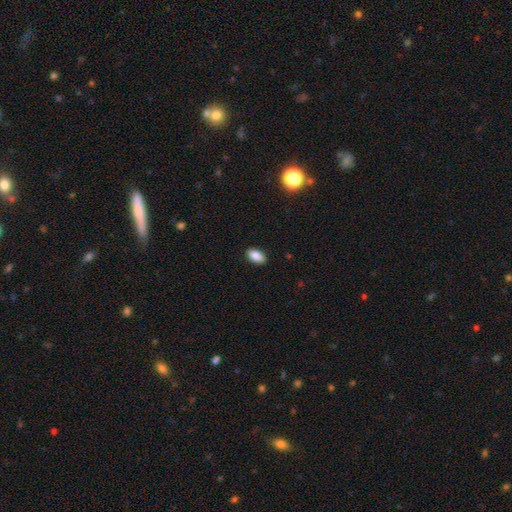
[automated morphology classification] smooth_or_featured: smooth (p=0.87) [alt: star or artifact p=0.08]
how_rounded: in between (p=0.93) [alt: round p=0.04]
merging: none (p=0.89) [alt: minor disturbance p=0.08]